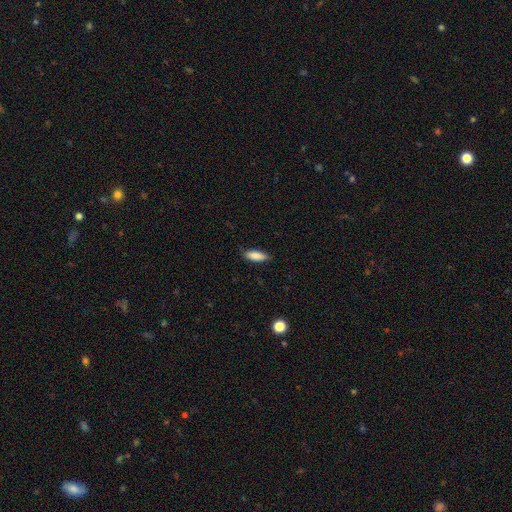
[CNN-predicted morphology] Smooth or featured? smooth (85%)
How rounded? in between (63%)
Merging? none (85%)